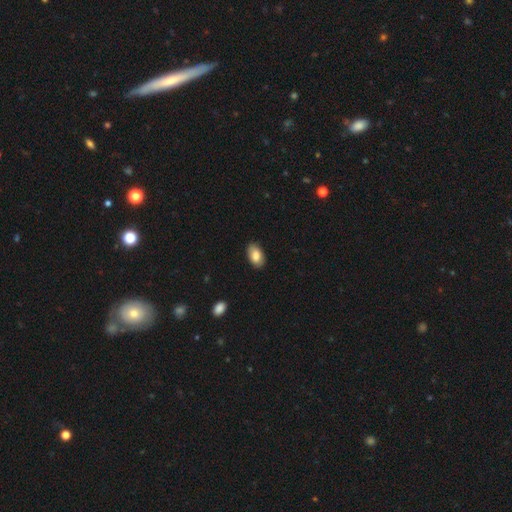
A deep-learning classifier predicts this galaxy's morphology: smooth_or_featured: smooth (p=0.84) [alt: featured or disk p=0.09]
how_rounded: in between (p=0.93) [alt: round p=0.06]
merging: none (p=0.86) [alt: minor disturbance p=0.11]